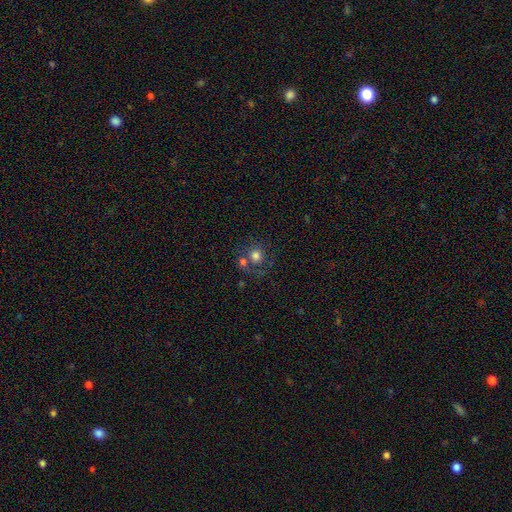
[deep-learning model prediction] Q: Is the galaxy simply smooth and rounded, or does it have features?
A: smooth — 69%.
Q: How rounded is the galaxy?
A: round — 84%.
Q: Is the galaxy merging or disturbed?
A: none — 46%.